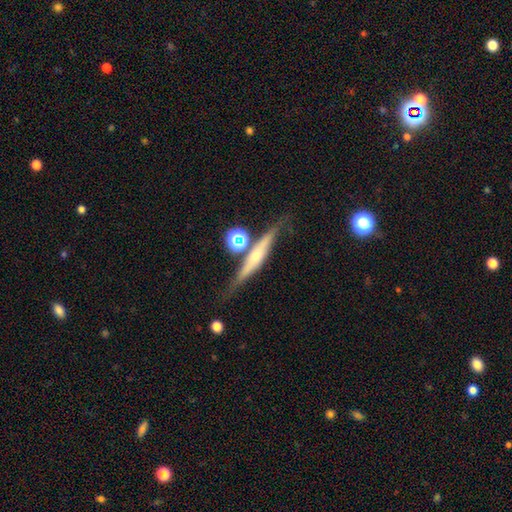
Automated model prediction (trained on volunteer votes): Q: Smooth or featured?
A: featured or disk (68%); runner-up: smooth (22%)
Q: Edge-on disk?
A: yes (93%); runner-up: no (7%)
Q: Edge-on bulge?
A: rounded (76%); runner-up: none (15%)
Q: Merging?
A: none (71%); runner-up: minor disturbance (16%)